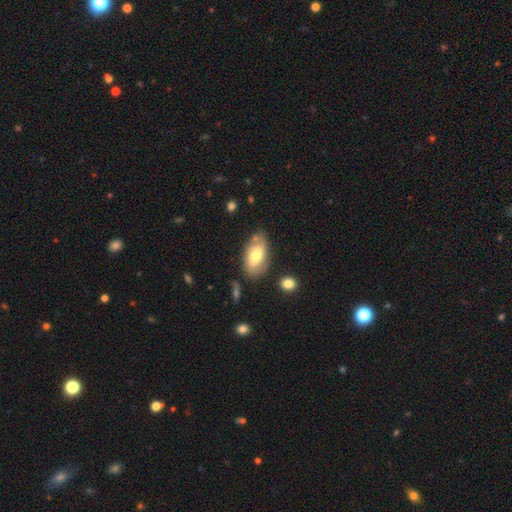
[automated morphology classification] A smooth galaxy with no disk features (69%) that is in between round and cigar-shaped (92%). Merging: none (70%).